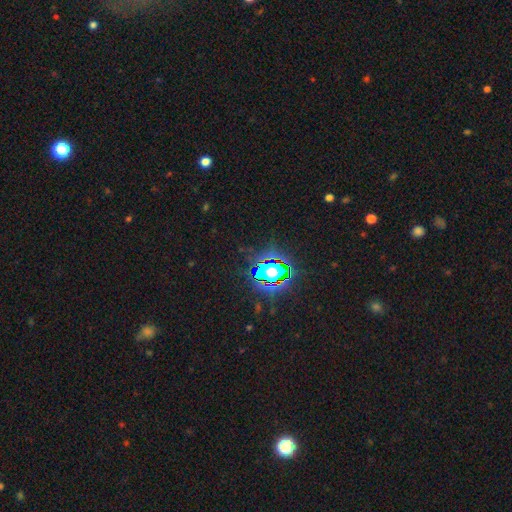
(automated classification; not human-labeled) Q: Smooth or featured?
A: star or artifact (82%); runner-up: smooth (11%)